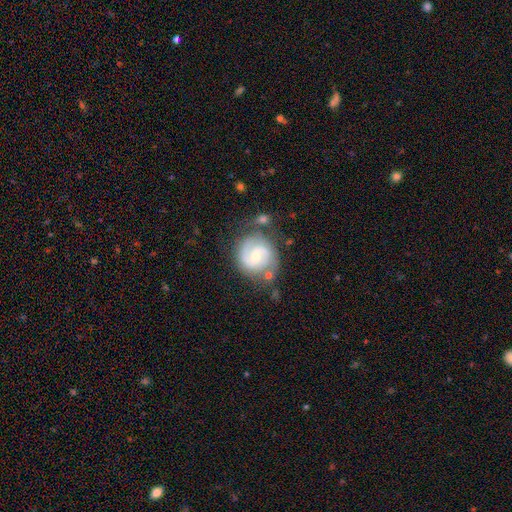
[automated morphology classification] Smooth or featured: featured or disk — 82% (smooth — 12%)
Edge-on disk: no — 98% (yes — 2%)
Bar: weak — 49% (no — 40%)
Spiral arms: yes — 96% (no — 4%)
Spiral winding: medium — 47% (tight — 41%)
Spiral arm count: 2 — 87% (can't tell — 6%)
Bulge size: small — 53% (moderate — 42%)
Merging: none — 68% (minor disturbance — 17%)